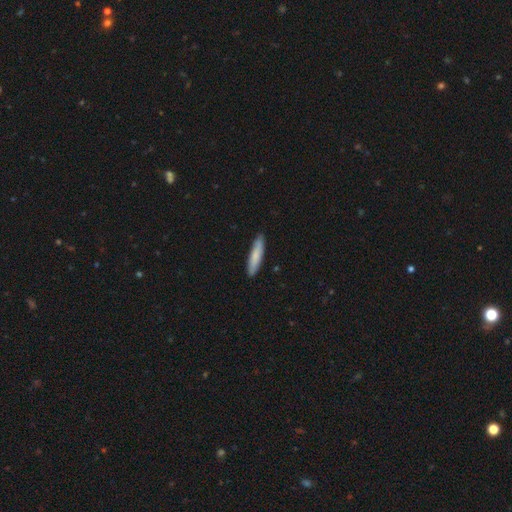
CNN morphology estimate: smooth_or_featured: smooth (p=0.80) [alt: featured or disk p=0.14]
how_rounded: cigar-shaped (p=0.86) [alt: in between p=0.12]
merging: none (p=0.90) [alt: minor disturbance p=0.08]